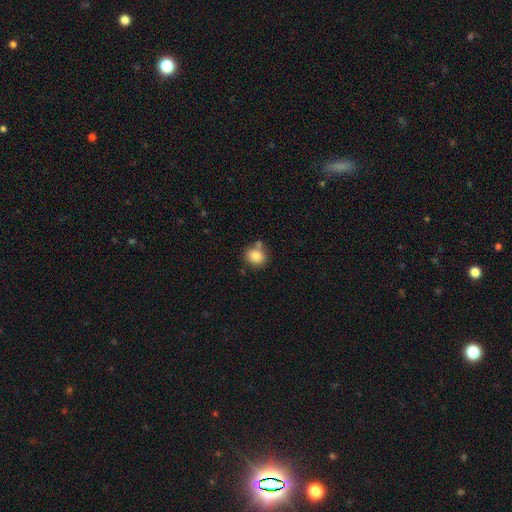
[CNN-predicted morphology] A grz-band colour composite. It shows a smooth galaxy with no disk features (83%) that is round (76%). Merging: none (66%).